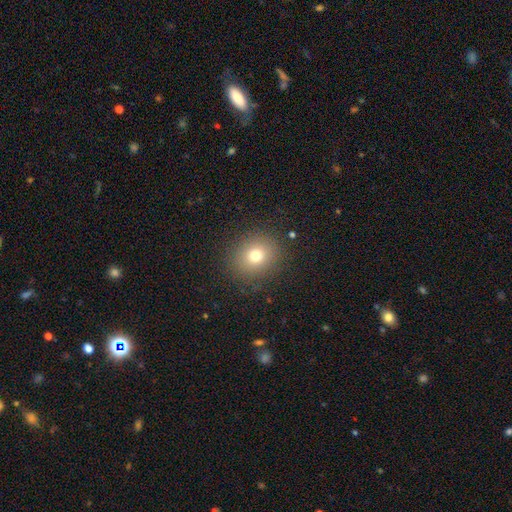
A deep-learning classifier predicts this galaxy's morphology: A smooth galaxy with no disk features (75%) that is round (80%). Merging: none (88%).